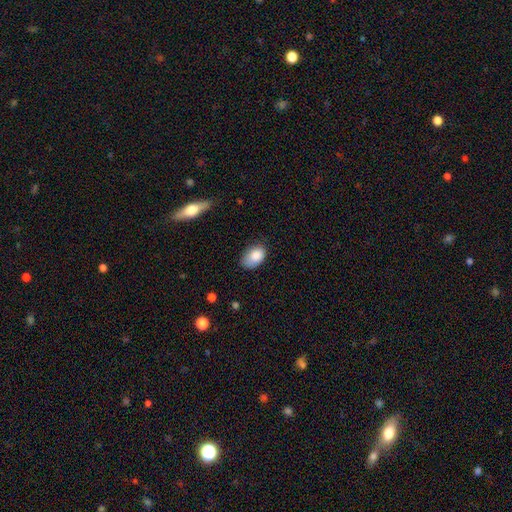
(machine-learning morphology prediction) Q: Smooth or featured?
A: smooth (85%); runner-up: star or artifact (8%)
Q: How rounded?
A: in between (89%); runner-up: round (10%)
Q: Merging?
A: none (64%); runner-up: minor disturbance (28%)